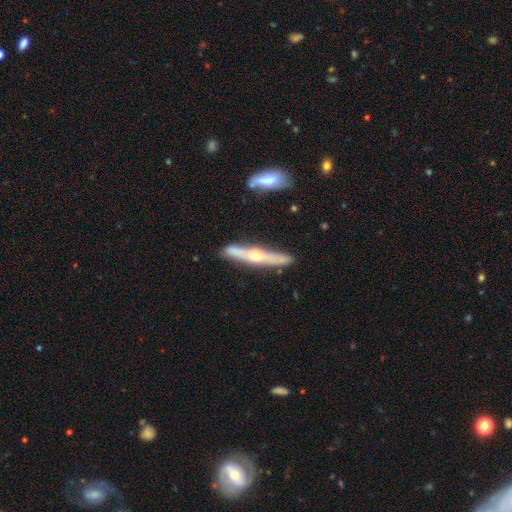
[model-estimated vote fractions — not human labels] Morphology: type=featured or disk (69%); edge-on=yes (92%); edge-on bulge=rounded (91%); merging=none (83%).